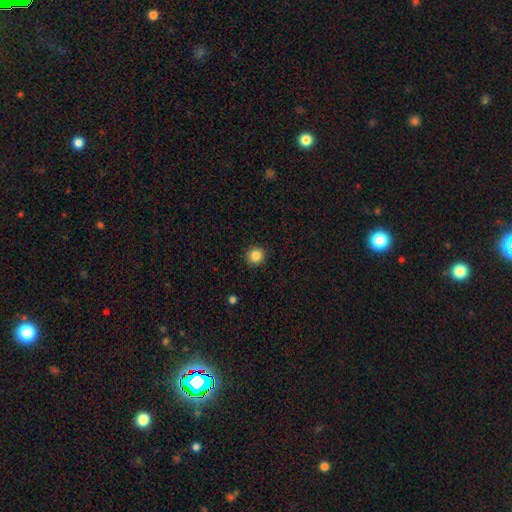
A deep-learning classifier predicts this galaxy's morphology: type=smooth (85%); roundness=round (93%); merging=none (92%).